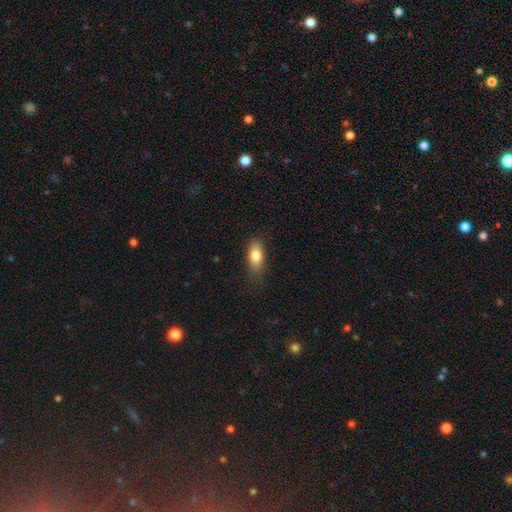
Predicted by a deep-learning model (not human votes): The model was most divided on "merging": none: 79%, minor disturbance: 16%, major disturbance: 4%, merger: 1%. More confident: how rounded — in between (82%); smooth or featured — smooth (81%).